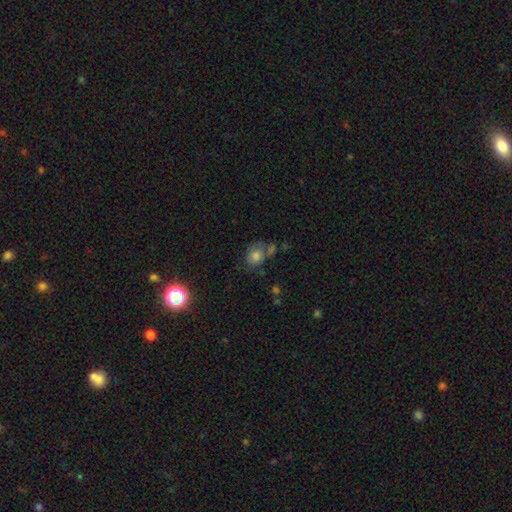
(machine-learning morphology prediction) This is likely a smooth galaxy (70%). How rounded: possibly round (51%). Merging: marginally none (44%).